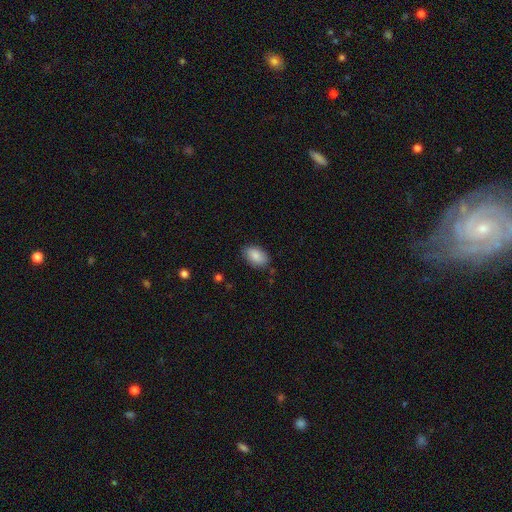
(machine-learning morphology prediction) type=smooth (86%); roundness=in between (92%); merging=none (82%).